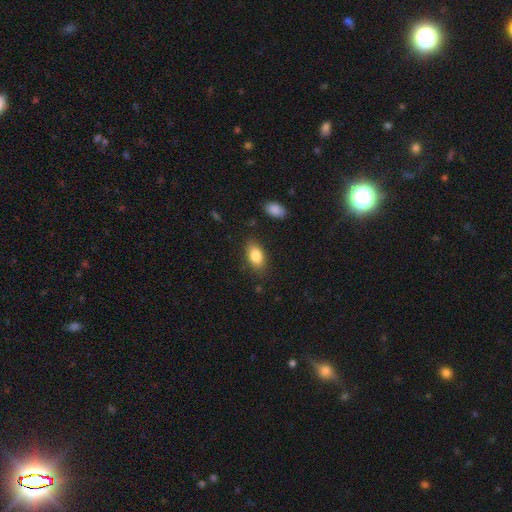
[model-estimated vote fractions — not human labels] Smooth or featured: smooth — 83% (featured or disk — 9%)
How rounded: in between — 89% (round — 7%)
Merging: none — 82% (minor disturbance — 12%)